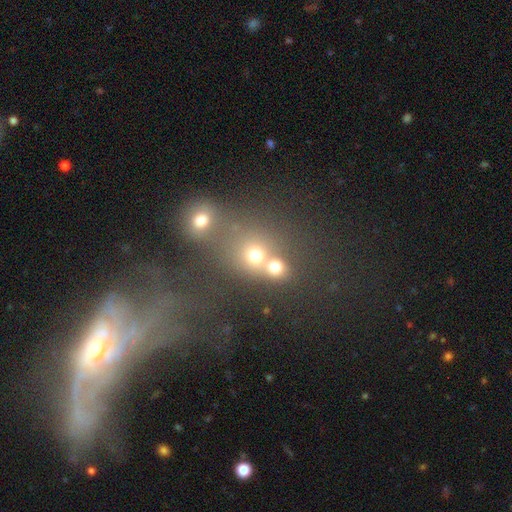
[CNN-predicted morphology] Q: Smooth or featured?
A: smooth (52%); runner-up: star or artifact (26%)
Q: How rounded?
A: round (73%); runner-up: in between (25%)
Q: Merging?
A: merger (44%); runner-up: none (36%)